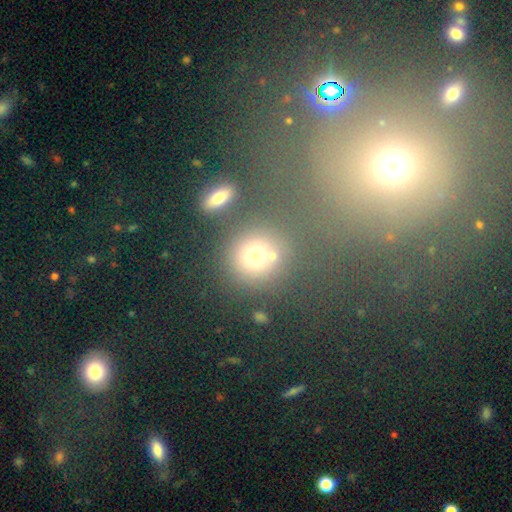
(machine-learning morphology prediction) Overall: smooth (69%). How rounded: round (86%). Merging: none (66%).